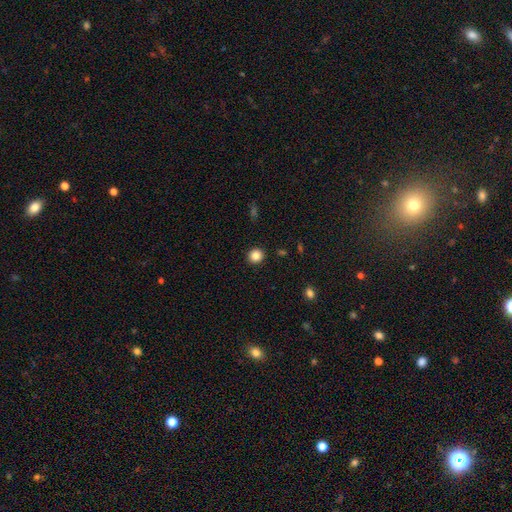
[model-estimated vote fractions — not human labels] smooth 85%, star or artifact 11%, featured or disk 4%. Down the decision tree: how rounded — round (90%); merging — none (92%).